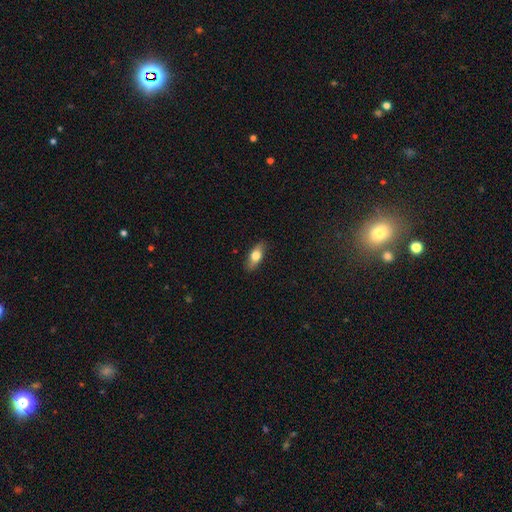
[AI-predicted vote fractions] smooth-or-featured: smooth: 67% | featured or disk: 27% | star or artifact: 6%
  how-rounded: in between: 75% | cigar-shaped: 21% | round: 4%
  merging: none: 86% | minor disturbance: 11% | major disturbance: 2% | merger: 1%